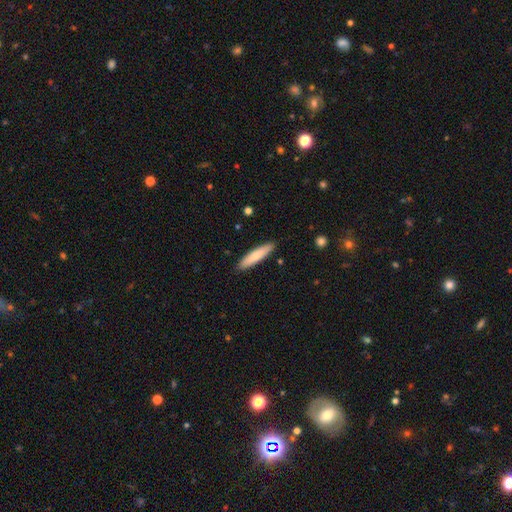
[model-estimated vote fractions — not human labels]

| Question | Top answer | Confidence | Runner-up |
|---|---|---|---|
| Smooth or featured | smooth | 76% | featured or disk (19%) |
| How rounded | cigar-shaped | 83% | in between (16%) |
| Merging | none | 90% | minor disturbance (8%) |